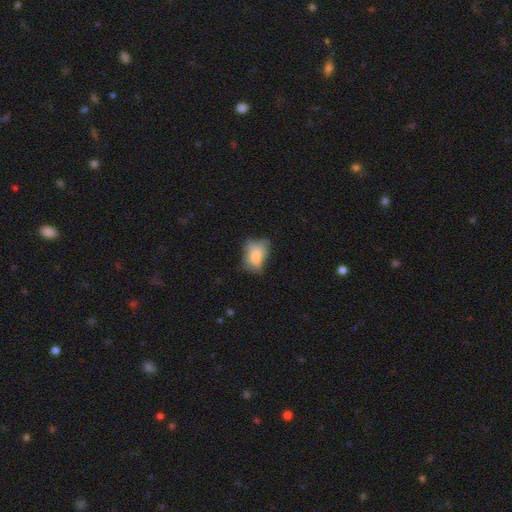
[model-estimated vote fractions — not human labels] Smooth or featured?
  - smooth: 72% *
  - featured or disk: 18%
  - star or artifact: 10%
How rounded?
  - in between: 79% *
  - round: 20%
  - cigar-shaped: 2%
Merging?
  - none: 40% *
  - minor disturbance: 35%
  - major disturbance: 21%
  - merger: 4%